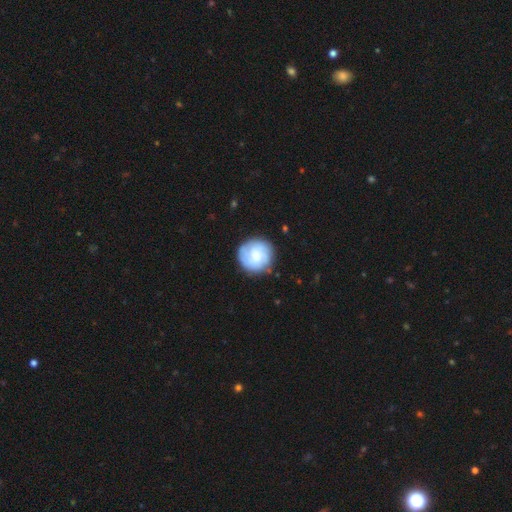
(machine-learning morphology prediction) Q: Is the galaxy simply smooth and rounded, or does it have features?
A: smooth — 56%.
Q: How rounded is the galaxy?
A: round — 92%.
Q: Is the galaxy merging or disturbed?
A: none — 79%.